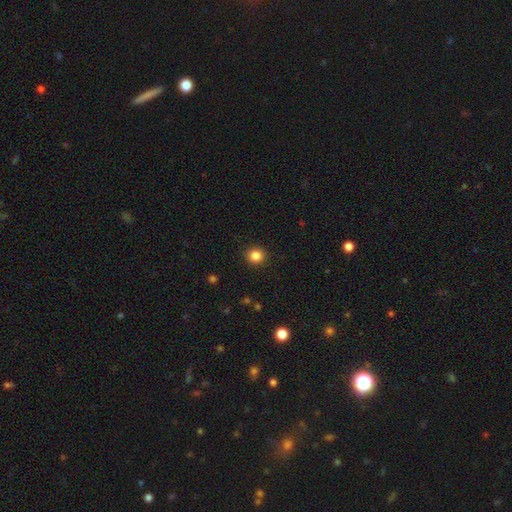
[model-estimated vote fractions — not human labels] Smooth or featured?
  - smooth: 85% *
  - star or artifact: 11%
  - featured or disk: 4%
How rounded?
  - round: 89% *
  - in between: 10%
  - cigar-shaped: 1%
Merging?
  - none: 91% *
  - minor disturbance: 6%
  - major disturbance: 2%
  - merger: 1%